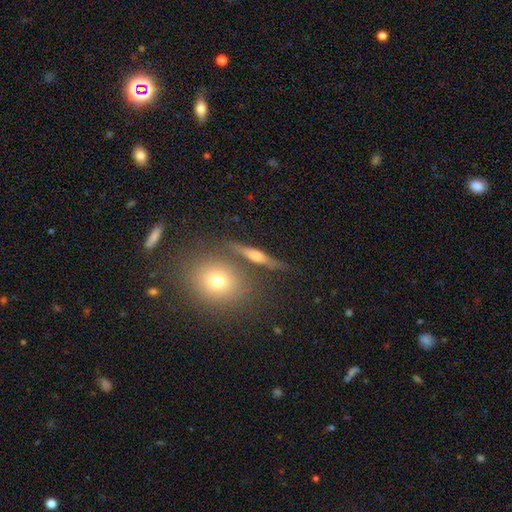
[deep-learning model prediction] Smooth or featured?
  - featured or disk: 47% *
  - smooth: 42%
  - star or artifact: 12%
Merging?
  - none: 72% *
  - minor disturbance: 13%
  - merger: 10%
  - major disturbance: 5%